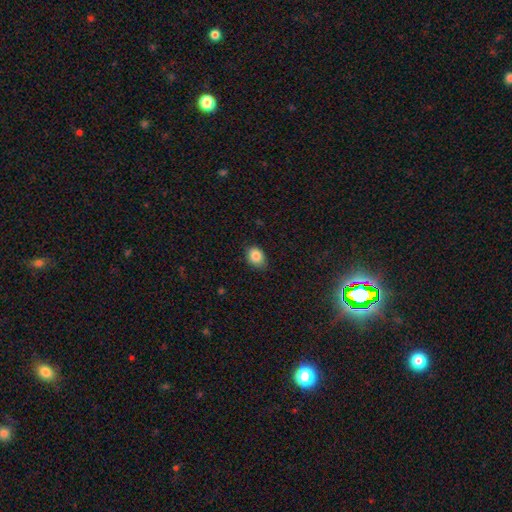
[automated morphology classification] Smooth or featured? smooth (85%)
How rounded? in between (61%)
Merging? none (77%)